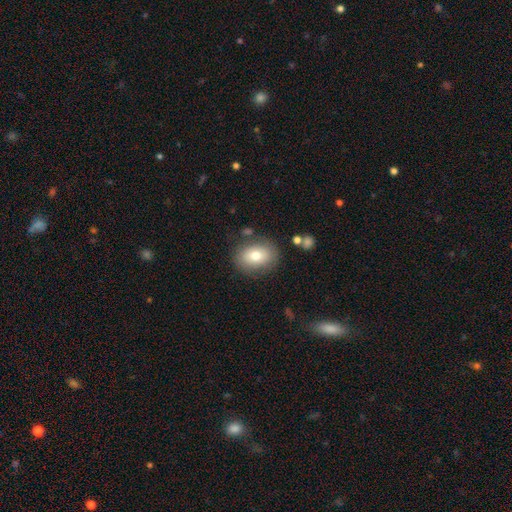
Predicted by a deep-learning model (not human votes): smooth_or_featured: smooth (p=0.75) [alt: featured or disk p=0.16]
how_rounded: in between (p=0.66) [alt: round p=0.33]
merging: none (p=0.80) [alt: minor disturbance p=0.13]